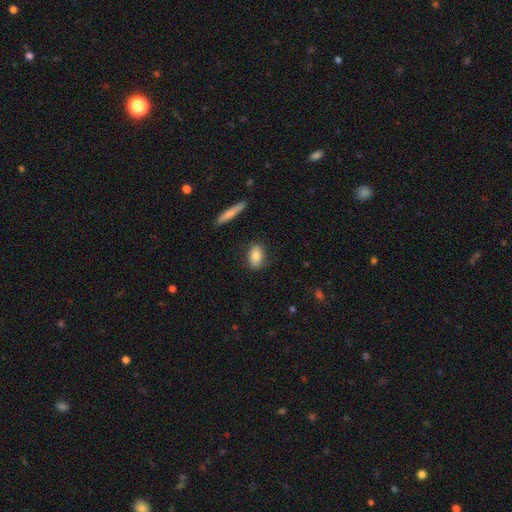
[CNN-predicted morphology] Smooth or featured? smooth (80%)
How rounded? in between (83%)
Merging? none (83%)